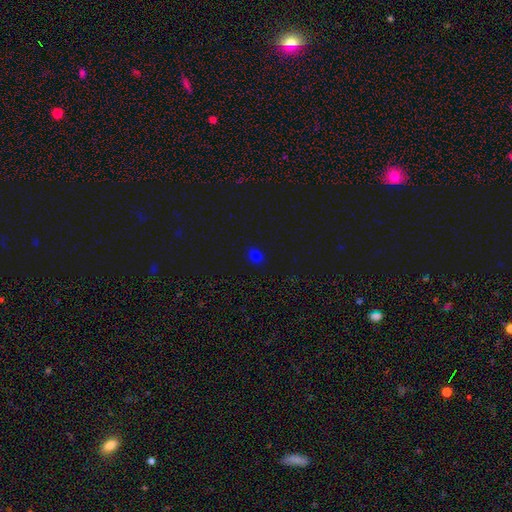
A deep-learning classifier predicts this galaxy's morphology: A smooth galaxy with no disk features (75%) that is round (59%).

Vote fractions:
- Smooth or featured? smooth: 75% / star or artifact: 20% / featured or disk: 4%
- How rounded? round: 59% / in between: 40% / cigar-shaped: 1%
- Merging? none: 89% / minor disturbance: 8% / major disturbance: 2% / merger: 1%